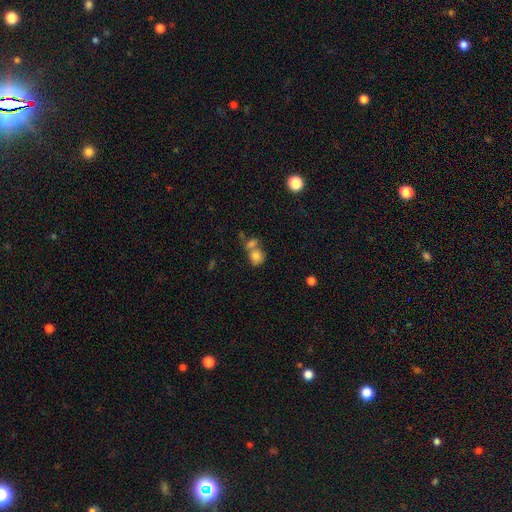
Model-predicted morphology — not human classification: Smooth or featured? smooth (78%)
How rounded? round (67%)
Merging? merger (52%)